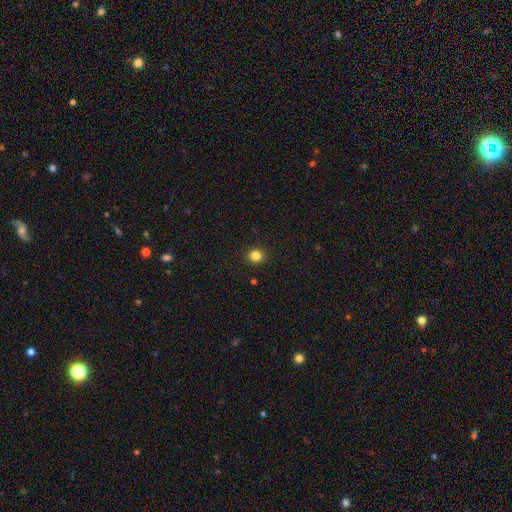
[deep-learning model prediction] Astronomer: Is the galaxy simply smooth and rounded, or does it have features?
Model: smooth — 83%.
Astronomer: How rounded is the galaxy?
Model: round — 93%.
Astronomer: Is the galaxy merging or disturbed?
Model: none — 93%.